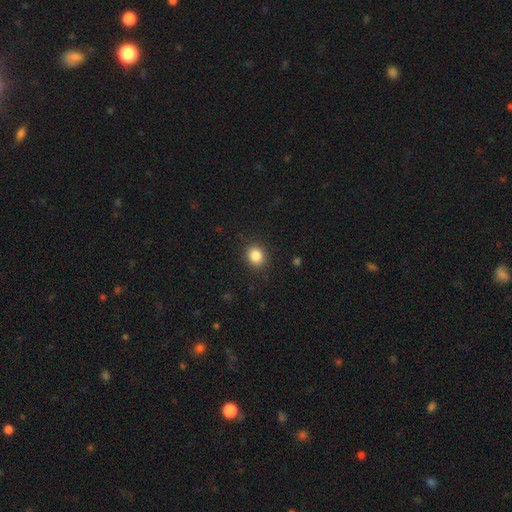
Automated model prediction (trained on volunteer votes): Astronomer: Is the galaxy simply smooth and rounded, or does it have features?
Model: smooth — 86%.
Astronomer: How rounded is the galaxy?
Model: round — 77%.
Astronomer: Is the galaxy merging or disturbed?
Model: none — 89%.